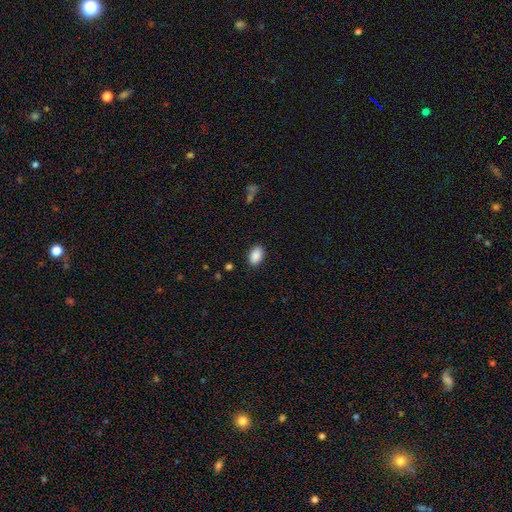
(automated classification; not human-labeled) A smooth galaxy with no disk features (90%) that is in between round and cigar-shaped (89%). Merging: none (88%).